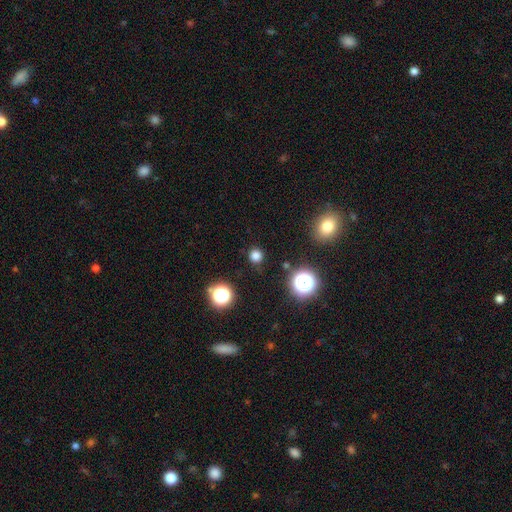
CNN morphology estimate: smooth 75%, star or artifact 21%, featured or disk 4%. Down the decision tree: how rounded — round (94%); merging — none (88%).